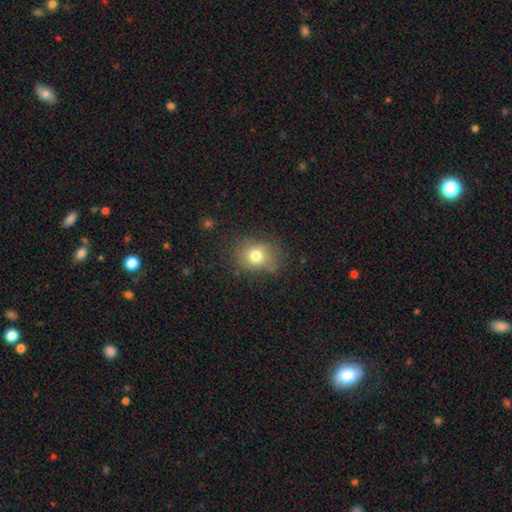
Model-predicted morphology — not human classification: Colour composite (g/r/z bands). It shows a smooth galaxy with no disk features (76%) that is round (62%). Merging: none (74%).